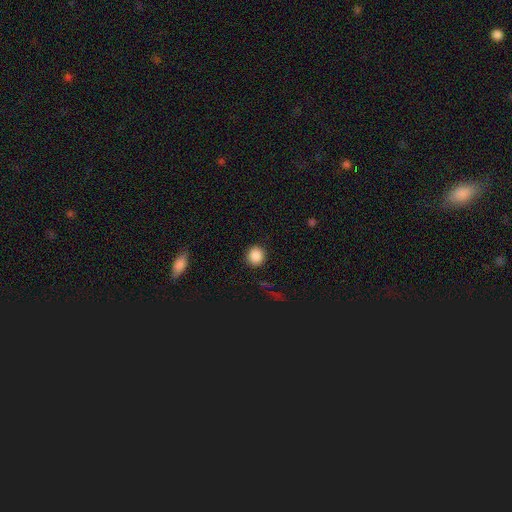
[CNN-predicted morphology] Smooth or featured: smooth — 87% (star or artifact — 10%)
How rounded: round — 91% (in between — 8%)
Merging: none — 90% (minor disturbance — 6%)